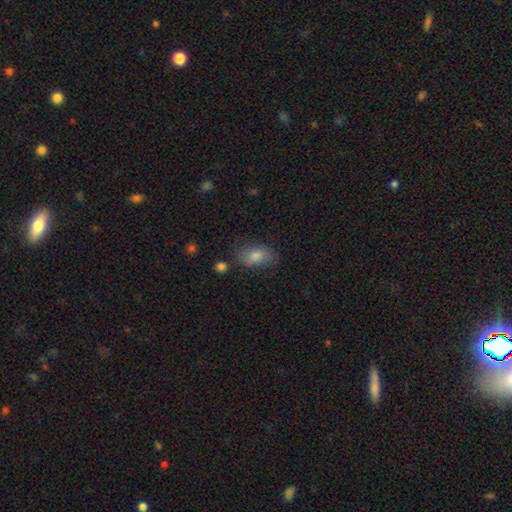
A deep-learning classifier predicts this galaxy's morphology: Smooth or featured: smooth — 76% (featured or disk — 14%)
How rounded: in between — 87% (round — 10%)
Merging: none — 74% (minor disturbance — 18%)